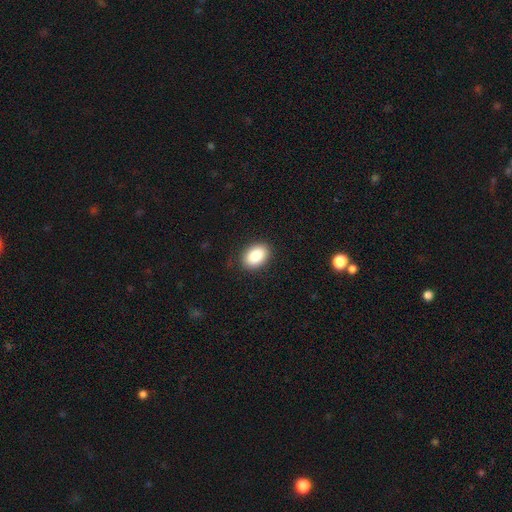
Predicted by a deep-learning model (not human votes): Q: Smooth or featured?
A: smooth (88%); runner-up: star or artifact (7%)
Q: How rounded?
A: in between (87%); runner-up: round (12%)
Q: Merging?
A: none (88%); runner-up: minor disturbance (9%)